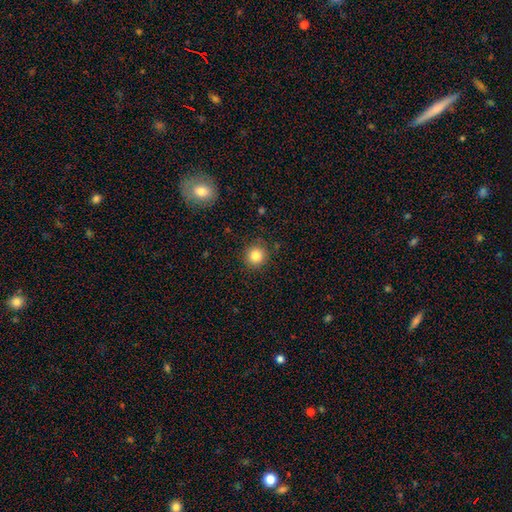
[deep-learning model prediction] The model was most divided on "smooth or featured": smooth: 84%, star or artifact: 11%, featured or disk: 5%. More confident: how rounded — round (93%); merging — none (88%).